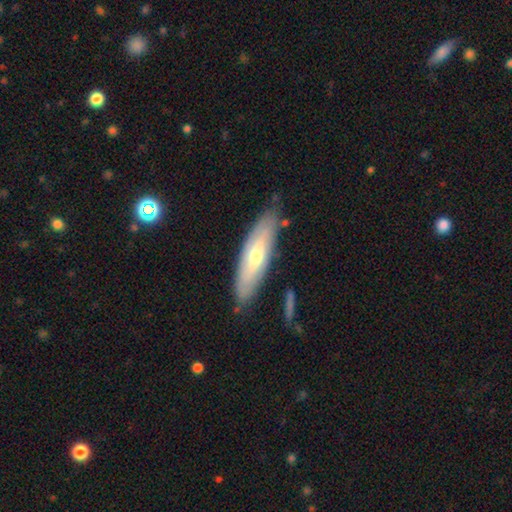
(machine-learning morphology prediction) Smooth or featured? featured or disk (48%)
Merging? none (81%)